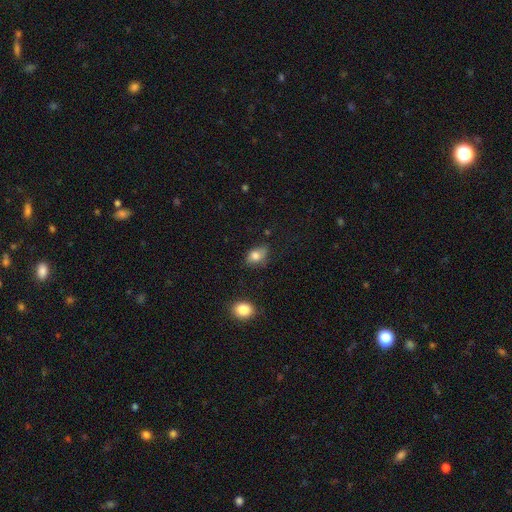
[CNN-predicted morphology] The model was most divided on "merging": none: 64%, minor disturbance: 27%, major disturbance: 7%, merger: 3%. More confident: how rounded — in between (82%); smooth or featured — smooth (79%).